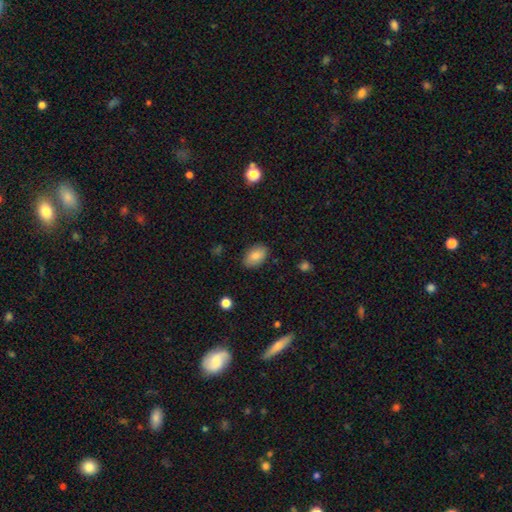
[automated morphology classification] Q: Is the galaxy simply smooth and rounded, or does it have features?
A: smooth — 84%.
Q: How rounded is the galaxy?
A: in between — 90%.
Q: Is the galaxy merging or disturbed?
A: none — 85%.